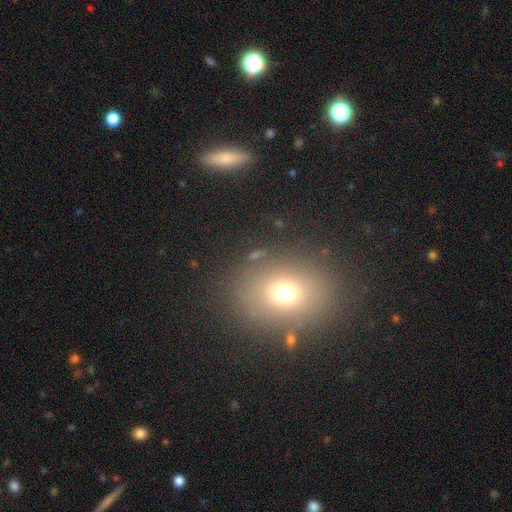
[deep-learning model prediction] smooth_or_featured: smooth (p=0.69) [alt: star or artifact p=0.18]
how_rounded: in between (p=0.52) [alt: round p=0.46]
merging: none (p=0.84) [alt: minor disturbance p=0.09]